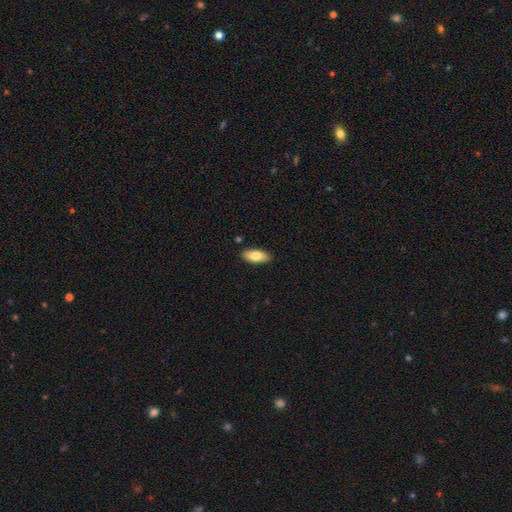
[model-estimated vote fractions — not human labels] smooth-or-featured: smooth: 79% | featured or disk: 14% | star or artifact: 6%
  how-rounded: in between: 85% | cigar-shaped: 13% | round: 2%
  merging: none: 88% | minor disturbance: 9% | major disturbance: 2% | merger: 2%